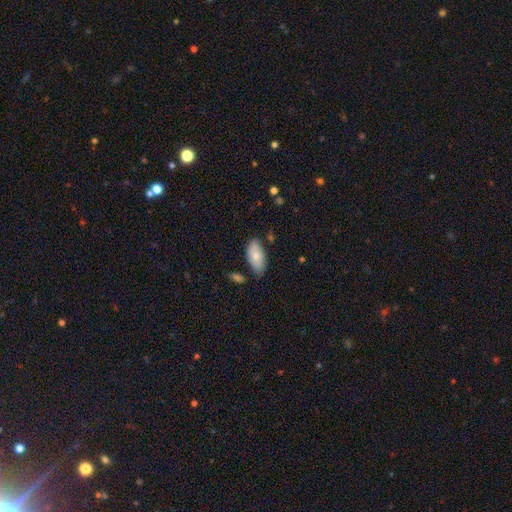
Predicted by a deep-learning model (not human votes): smooth 76%, featured or disk 18%, star or artifact 6%. Down the decision tree: how rounded — in between (93%); merging — none (73%).